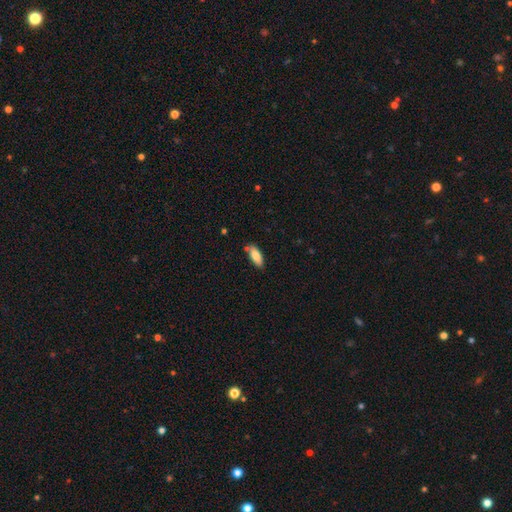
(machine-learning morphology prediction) The model was most divided on "how rounded": in between: 77%, cigar-shaped: 21%, round: 2%. More confident: smooth or featured — smooth (84%); merging — none (77%).